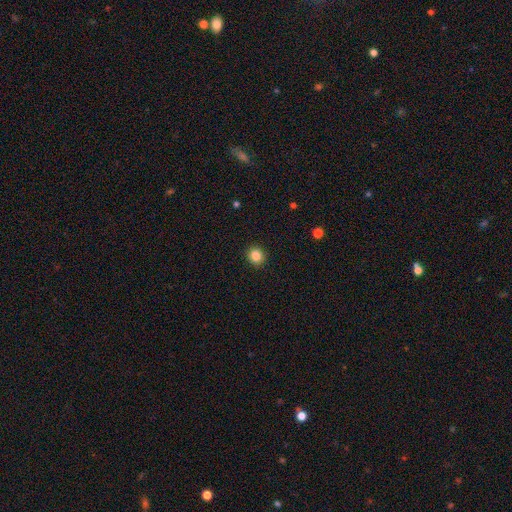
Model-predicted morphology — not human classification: Q: Smooth or featured?
A: smooth (84%); runner-up: star or artifact (11%)
Q: How rounded?
A: round (88%); runner-up: in between (11%)
Q: Merging?
A: none (92%); runner-up: minor disturbance (5%)